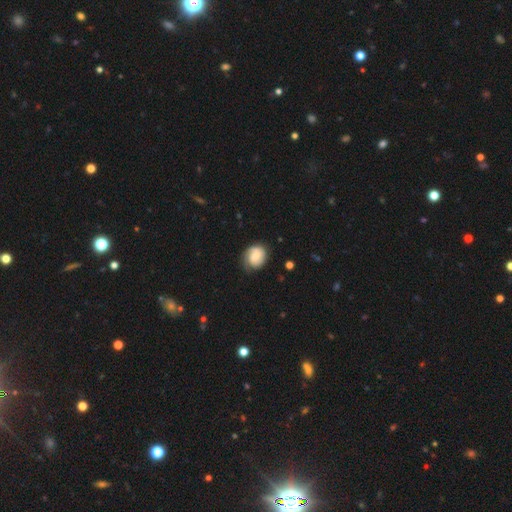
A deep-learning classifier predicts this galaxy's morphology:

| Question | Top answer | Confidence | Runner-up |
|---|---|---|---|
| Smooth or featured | featured or disk | 56% | smooth (37%) |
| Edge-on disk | no | 98% | yes (2%) |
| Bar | no | 46% | weak (44%) |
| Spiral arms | yes | 91% | no (9%) |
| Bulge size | small | 42% | moderate (37%) |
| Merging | none | 70% | minor disturbance (21%) |